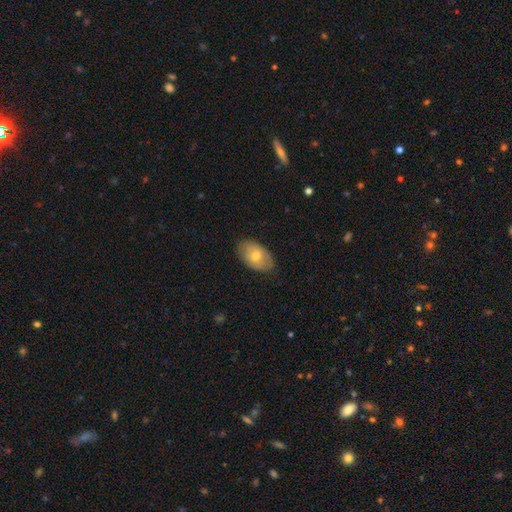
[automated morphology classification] type=smooth (66%); roundness=in between (91%); merging=none (82%).